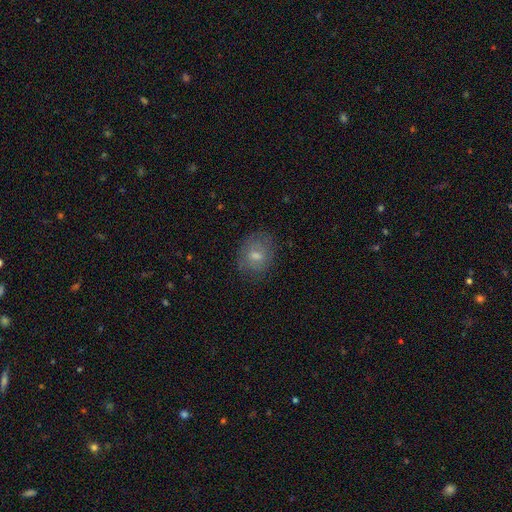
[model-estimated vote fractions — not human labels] smooth-or-featured: smooth: 55% | featured or disk: 31% | star or artifact: 14%
  how-rounded: round: 54% | in between: 45% | cigar-shaped: 1%
  merging: none: 77% | minor disturbance: 16% | major disturbance: 6% | merger: 1%